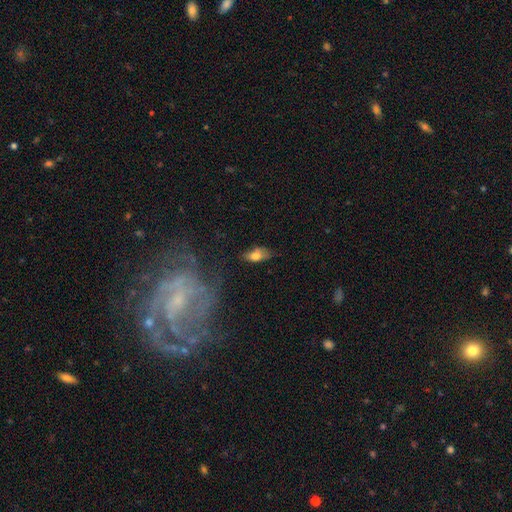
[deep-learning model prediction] This appears to be a smooth galaxy with no disk features (71%) that is in between round and cigar-shaped (85%). Merging: none (69%).